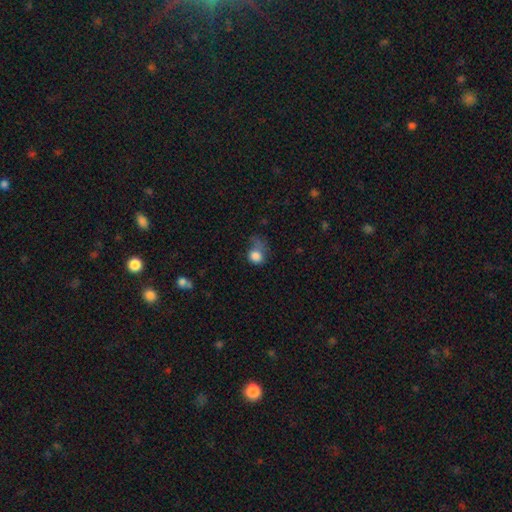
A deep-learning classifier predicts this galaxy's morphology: type=smooth (80%); roundness=round (64%); merging=major disturbance (41%).